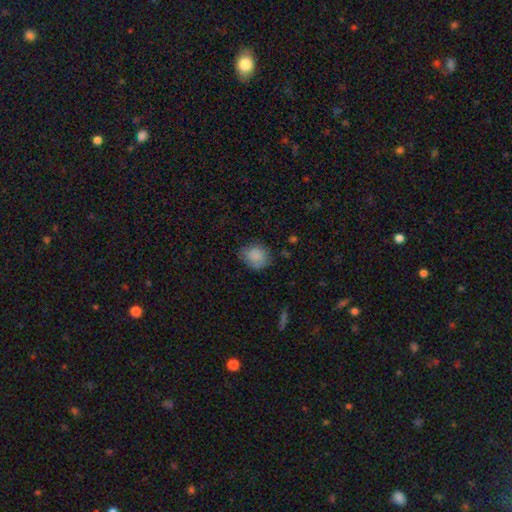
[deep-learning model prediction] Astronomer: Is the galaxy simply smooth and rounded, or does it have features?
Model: smooth — 83%.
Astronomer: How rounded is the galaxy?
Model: round — 72%.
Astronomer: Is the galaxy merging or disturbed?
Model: none — 67%.